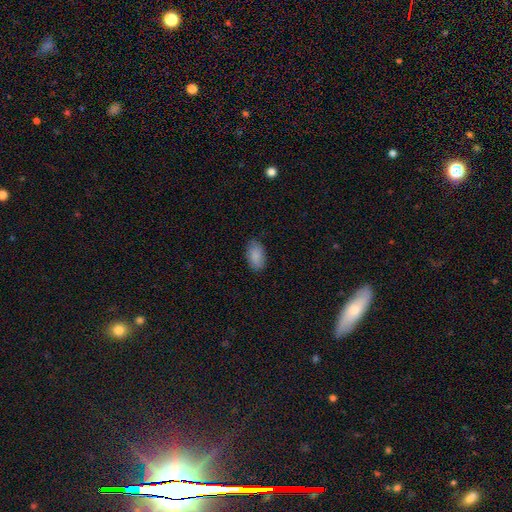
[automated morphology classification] type=smooth (89%); roundness=in between (94%); merging=none (83%).